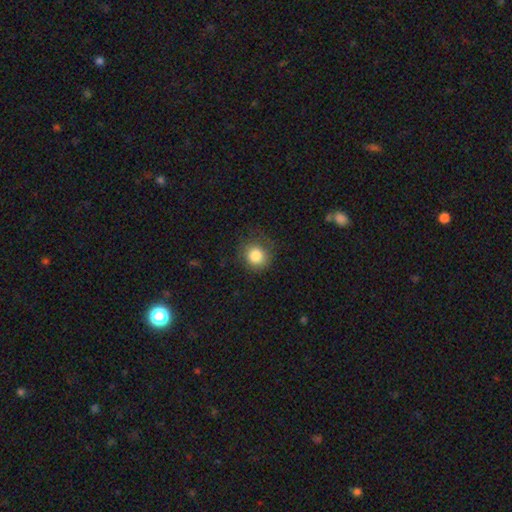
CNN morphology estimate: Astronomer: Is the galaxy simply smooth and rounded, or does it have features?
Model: smooth — 84%.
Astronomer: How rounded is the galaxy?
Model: round — 86%.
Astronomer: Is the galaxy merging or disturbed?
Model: none — 78%.